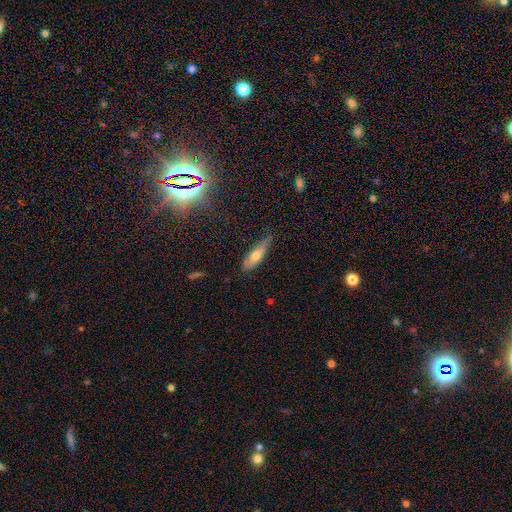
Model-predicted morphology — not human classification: smooth_or_featured: smooth (p=0.60) [alt: featured or disk p=0.30]
how_rounded: cigar-shaped (p=0.59) [alt: in between p=0.39]
merging: none (p=0.68) [alt: minor disturbance p=0.26]